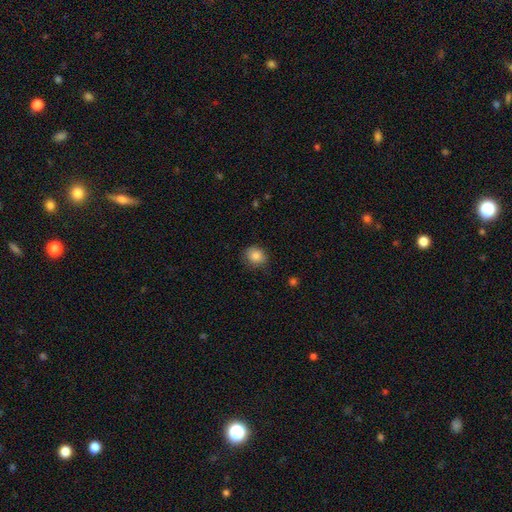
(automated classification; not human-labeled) smooth 85%, star or artifact 9%, featured or disk 6%. Down the decision tree: how rounded — round (72%); merging — none (78%).